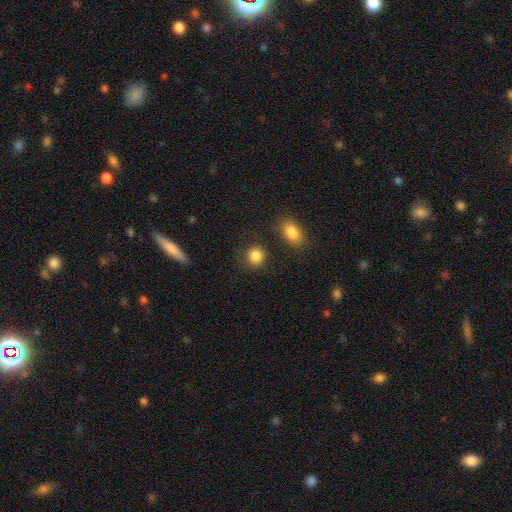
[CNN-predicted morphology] Smooth or featured?
  - smooth: 87% *
  - star or artifact: 9%
  - featured or disk: 4%
How rounded?
  - round: 84% *
  - in between: 14%
  - cigar-shaped: 1%
Merging?
  - none: 81% *
  - minor disturbance: 10%
  - merger: 5%
  - major disturbance: 4%